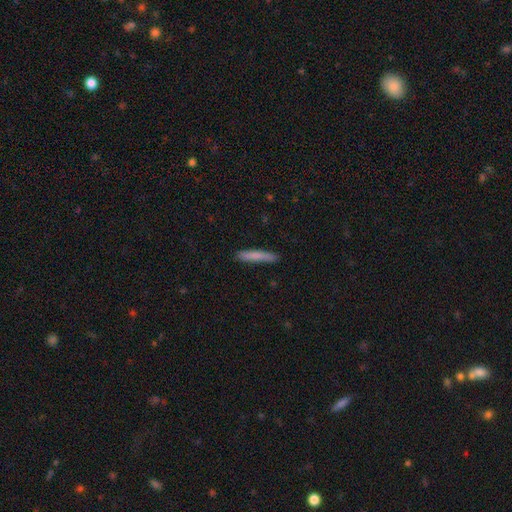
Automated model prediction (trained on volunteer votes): Overall: smooth (80%). How rounded: cigar-shaped (94%). Merging: none (87%).